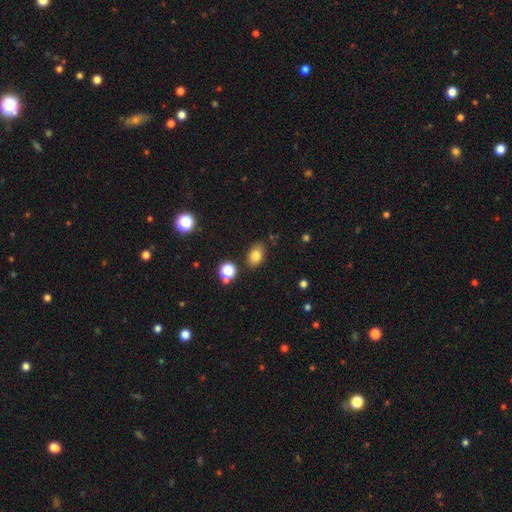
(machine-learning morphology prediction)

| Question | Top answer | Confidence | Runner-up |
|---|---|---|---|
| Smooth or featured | smooth | 80% | star or artifact (12%) |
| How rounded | in between | 81% | round (18%) |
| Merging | none | 80% | minor disturbance (13%) |